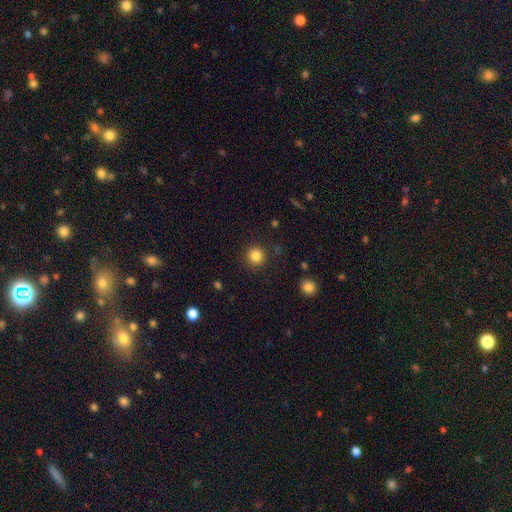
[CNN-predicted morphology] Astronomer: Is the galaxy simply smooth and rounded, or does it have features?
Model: smooth — 84%.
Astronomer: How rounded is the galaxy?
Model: round — 93%.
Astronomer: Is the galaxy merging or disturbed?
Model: none — 90%.